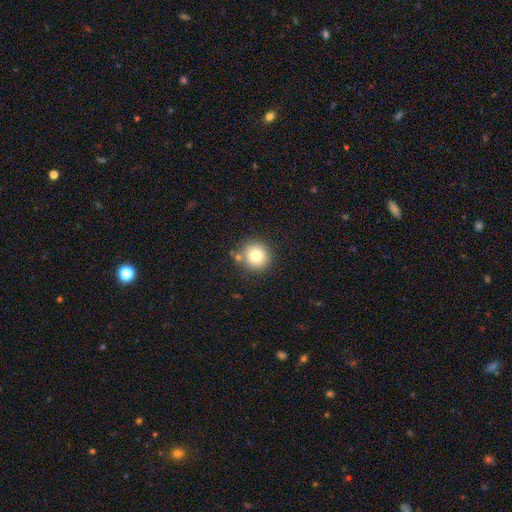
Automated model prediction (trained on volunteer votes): Morphology: type=smooth (77%); roundness=round (92%); merging=none (80%).